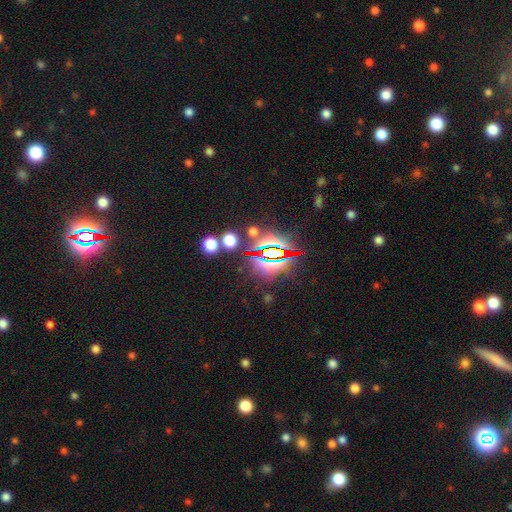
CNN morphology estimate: star or artifact 84%, smooth 9%, featured or disk 7%.